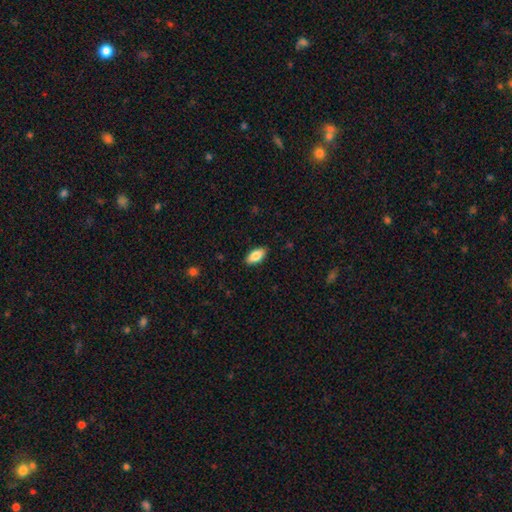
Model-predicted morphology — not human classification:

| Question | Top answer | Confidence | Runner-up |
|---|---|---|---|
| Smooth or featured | smooth | 85% | featured or disk (8%) |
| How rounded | in between | 91% | cigar-shaped (6%) |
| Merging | none | 89% | minor disturbance (9%) |